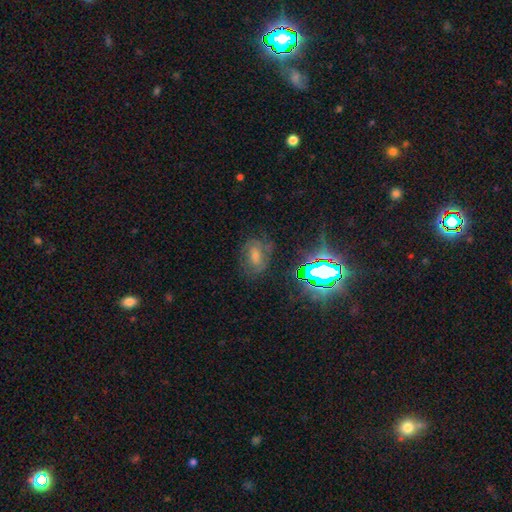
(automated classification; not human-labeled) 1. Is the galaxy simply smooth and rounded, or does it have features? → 42% featured or disk, 35% smooth, 23% star or artifact.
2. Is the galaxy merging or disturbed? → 62% none, 21% minor disturbance, 15% major disturbance, 2% merger.